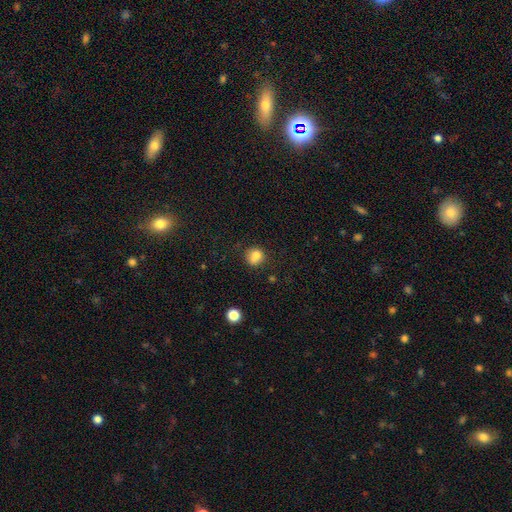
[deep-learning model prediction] A smooth galaxy with no disk features (82%) that is round (82%). Merging: none (73%).